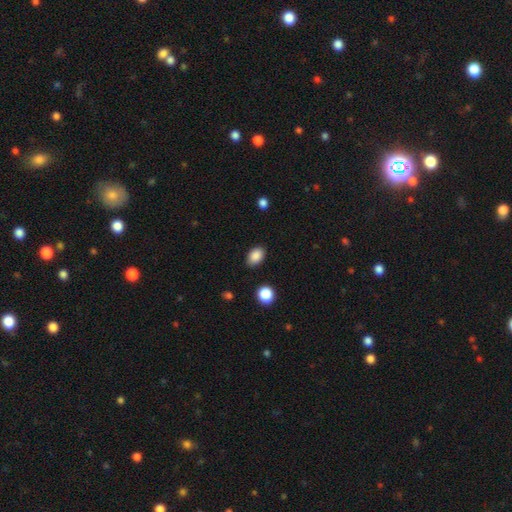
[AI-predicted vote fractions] Smooth or featured? Predicted: smooth (p=0.87). How rounded? Predicted: in between (p=0.83). Merging? Predicted: none (p=0.86).